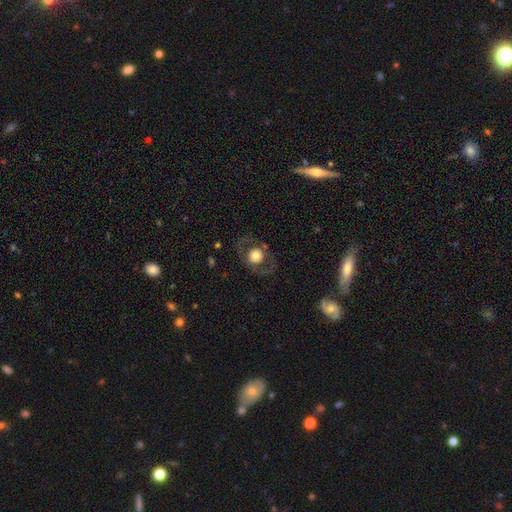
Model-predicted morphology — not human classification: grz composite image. It shows a smooth galaxy with no disk features (54%) that is round (80%). Merging: none (76%).